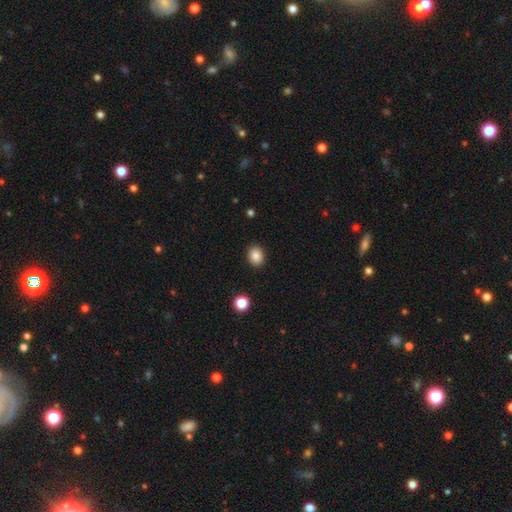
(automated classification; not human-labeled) A smooth galaxy with no disk features (86%) that is in between round and cigar-shaped (53%).

Vote fractions:
- Smooth or featured? smooth: 86% / star or artifact: 10% / featured or disk: 4%
- How rounded? in between: 53% / round: 46% / cigar-shaped: 1%
- Merging? none: 90% / minor disturbance: 7% / major disturbance: 2% / merger: 1%